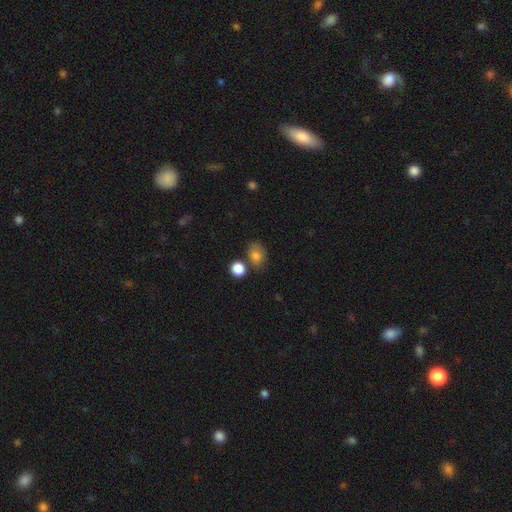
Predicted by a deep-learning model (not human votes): Morphology: type=smooth (81%); roundness=in between (59%); merging=none (63%).